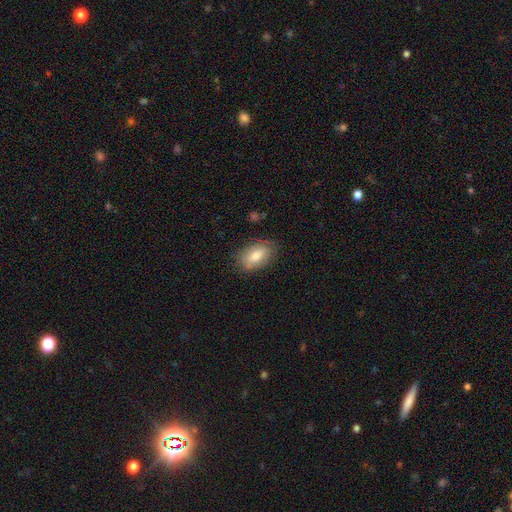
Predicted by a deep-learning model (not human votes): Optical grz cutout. It shows a smooth galaxy with no disk features (72%) that is in between round and cigar-shaped (91%). Merging: none (78%).